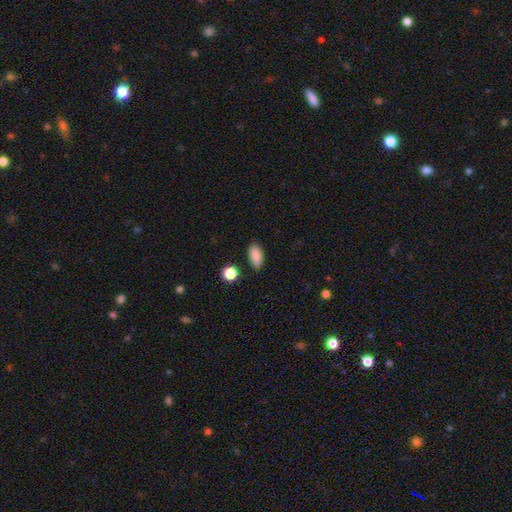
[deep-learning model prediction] This is clearly a smooth galaxy (87%). How rounded: clearly in between (89%). Merging: likely none (76%).